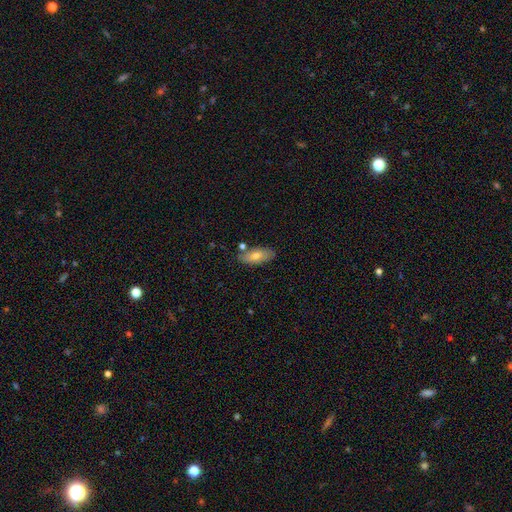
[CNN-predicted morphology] Smooth or featured? Predicted: smooth (p=0.67). How rounded? Predicted: in between (p=0.81). Merging? Predicted: none (p=0.77).